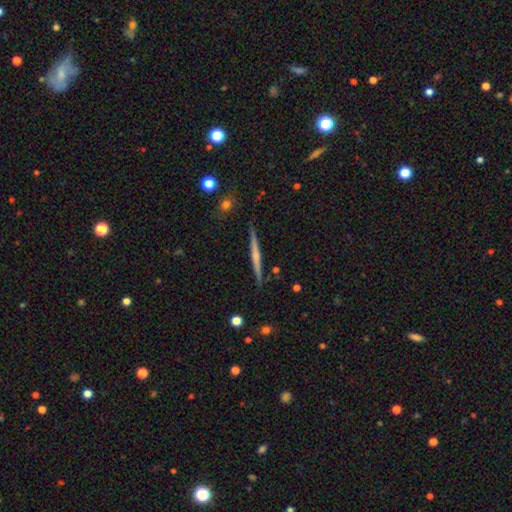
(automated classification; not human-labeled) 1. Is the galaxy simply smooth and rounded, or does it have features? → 58% featured or disk, 36% smooth, 6% star or artifact.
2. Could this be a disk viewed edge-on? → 98% yes, 2% no.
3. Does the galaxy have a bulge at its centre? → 62% none, 29% rounded, 8% boxy.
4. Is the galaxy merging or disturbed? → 90% none, 7% minor disturbance, 1% major disturbance, 1% merger.